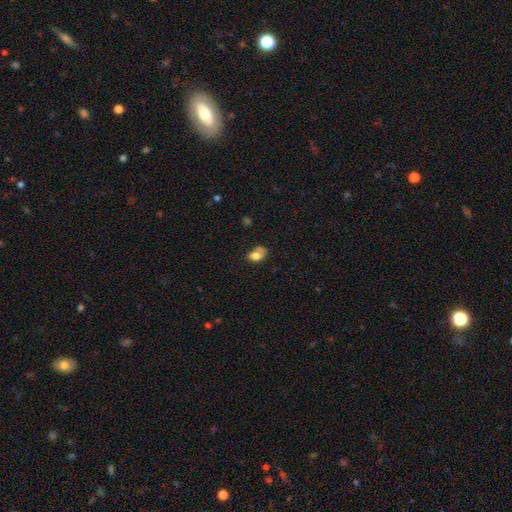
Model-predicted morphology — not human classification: Smooth or featured? Predicted: smooth (p=0.74). How rounded? Predicted: in between (p=0.76). Merging? Predicted: none (p=0.36).